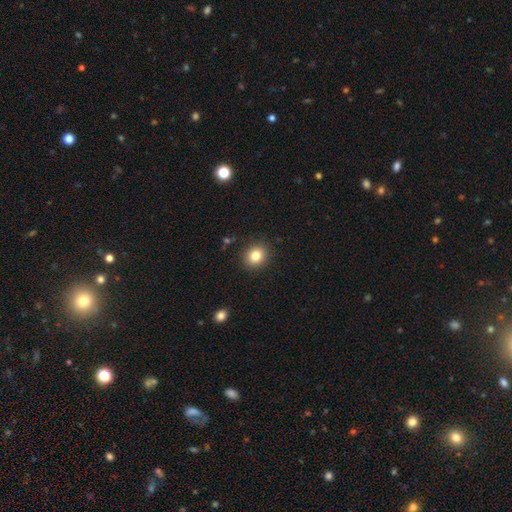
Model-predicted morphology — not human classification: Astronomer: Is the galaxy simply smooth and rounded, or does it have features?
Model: smooth — 82%.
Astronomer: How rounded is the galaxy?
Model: round — 77%.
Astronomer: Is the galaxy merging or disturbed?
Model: none — 89%.